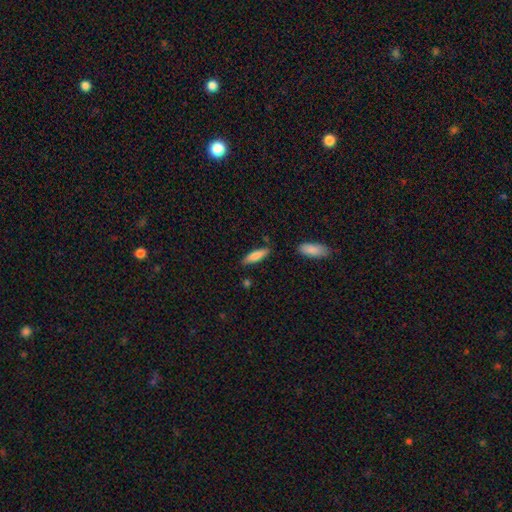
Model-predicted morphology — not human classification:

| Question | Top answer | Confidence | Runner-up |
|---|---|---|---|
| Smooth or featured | smooth | 80% | featured or disk (14%) |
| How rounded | cigar-shaped | 60% | in between (38%) |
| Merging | none | 79% | minor disturbance (14%) |